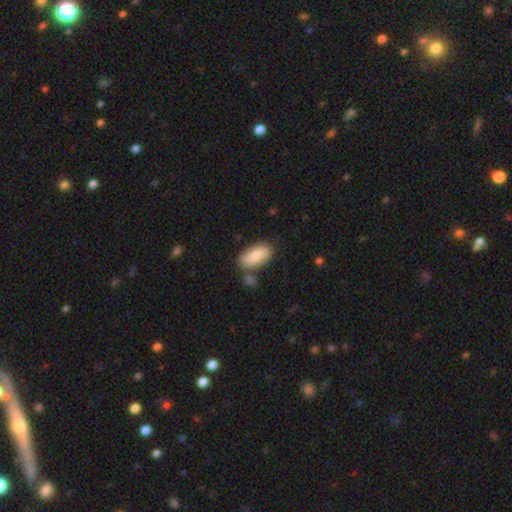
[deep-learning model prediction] Morphology: type=smooth (84%); roundness=in between (92%); merging=none (65%).